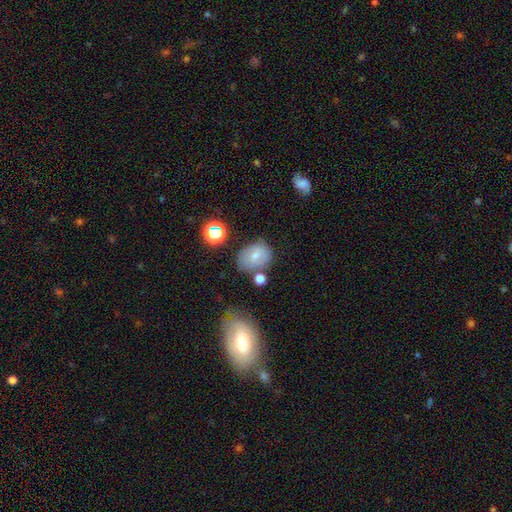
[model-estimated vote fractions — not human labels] Q: Smooth or featured?
A: smooth (67%); runner-up: featured or disk (21%)
Q: How rounded?
A: in between (57%); runner-up: round (41%)
Q: Merging?
A: none (62%); runner-up: minor disturbance (21%)